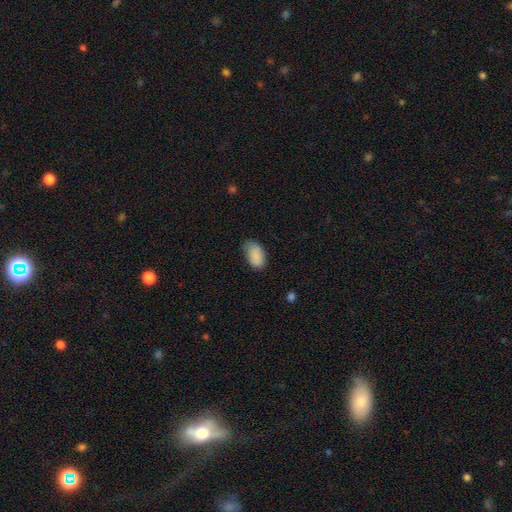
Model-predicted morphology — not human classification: A smooth galaxy with no disk features (88%) that is in between round and cigar-shaped (93%).

Vote fractions:
- Smooth or featured? smooth: 88% / star or artifact: 7% / featured or disk: 5%
- How rounded? in between: 93% / round: 5% / cigar-shaped: 2%
- Merging? none: 66% / minor disturbance: 28% / major disturbance: 5% / merger: 1%